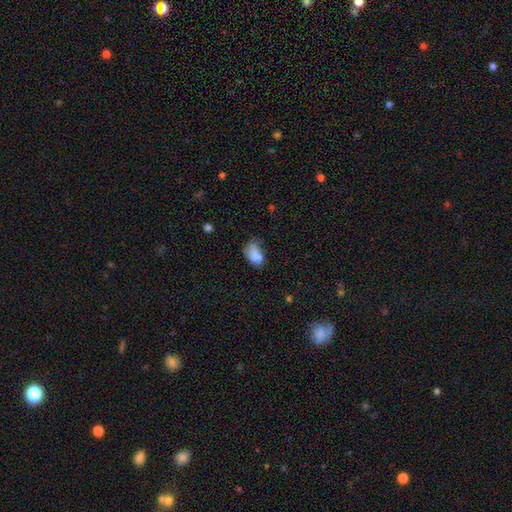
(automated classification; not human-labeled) Smooth or featured: smooth — 75% (featured or disk — 14%)
How rounded: in between — 86% (round — 12%)
Merging: minor disturbance — 31% (none — 29%)